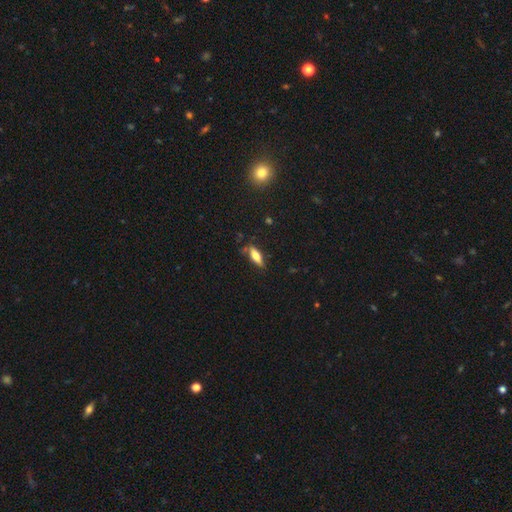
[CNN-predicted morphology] smooth-or-featured: smooth: 63% | featured or disk: 29% | star or artifact: 8%
  how-rounded: in between: 52% | cigar-shaped: 46% | round: 2%
  merging: none: 70% | minor disturbance: 21% | major disturbance: 6% | merger: 4%